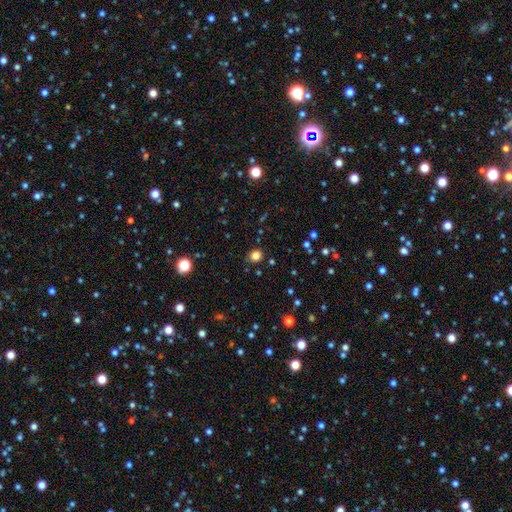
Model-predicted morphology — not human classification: smooth-or-featured: smooth: 82% | star or artifact: 14% | featured or disk: 4%
  how-rounded: round: 74% | in between: 25% | cigar-shaped: 1%
  merging: none: 86% | minor disturbance: 9% | major disturbance: 3% | merger: 2%